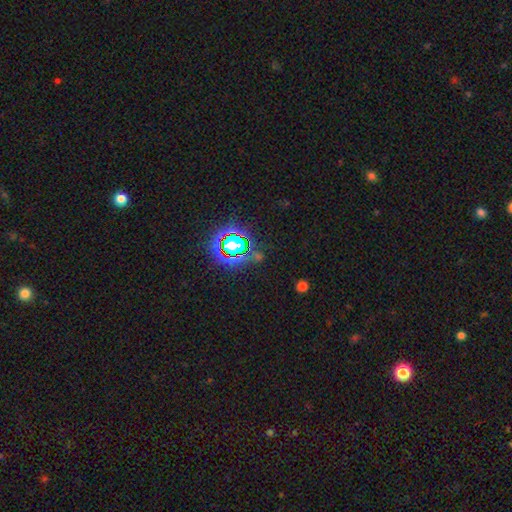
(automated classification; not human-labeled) A star or artifact, not a galaxy (73%).